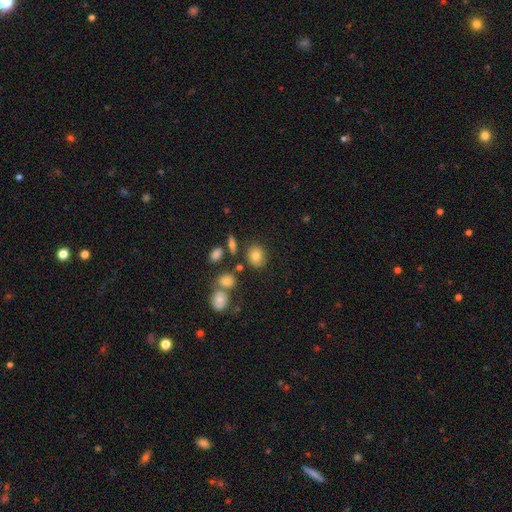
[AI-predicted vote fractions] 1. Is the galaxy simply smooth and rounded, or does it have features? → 76% smooth, 12% star or artifact, 12% featured or disk.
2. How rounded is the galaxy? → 73% round, 26% in between, 1% cigar-shaped.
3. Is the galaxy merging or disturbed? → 77% none, 12% minor disturbance, 7% merger, 4% major disturbance.